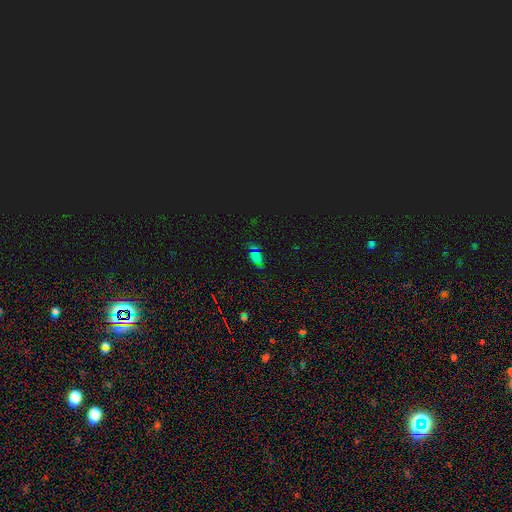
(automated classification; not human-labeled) Smooth or featured: smooth — 46% (star or artifact — 44%)
Merging: none — 70% (minor disturbance — 20%)